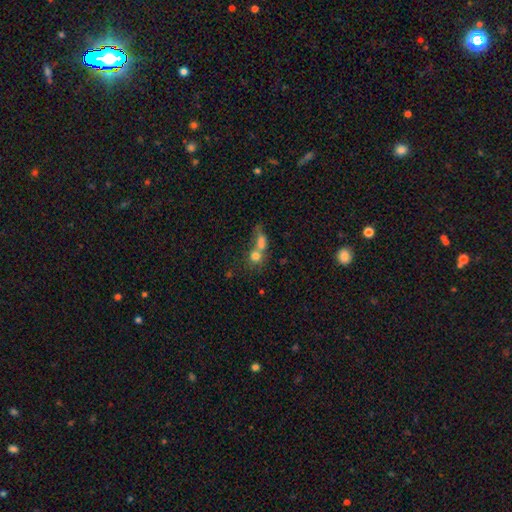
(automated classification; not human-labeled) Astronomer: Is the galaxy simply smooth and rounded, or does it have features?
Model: smooth — 73%.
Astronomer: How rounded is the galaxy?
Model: round — 65%.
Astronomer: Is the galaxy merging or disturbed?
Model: merger — 61%.